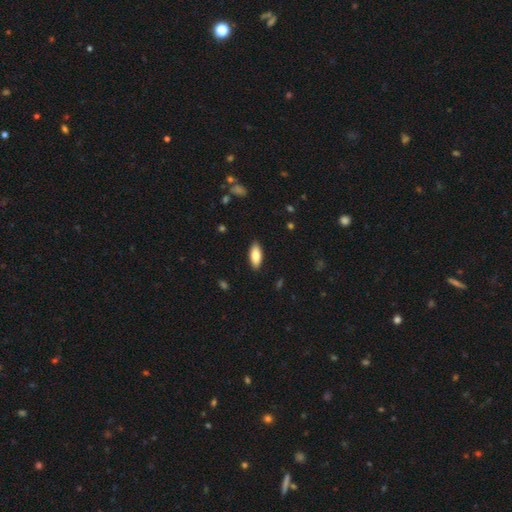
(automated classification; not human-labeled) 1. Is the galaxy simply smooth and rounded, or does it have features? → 81% smooth, 13% featured or disk, 6% star or artifact.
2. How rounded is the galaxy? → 81% in between, 18% cigar-shaped, 2% round.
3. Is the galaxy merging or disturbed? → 89% none, 8% minor disturbance, 2% major disturbance, 1% merger.